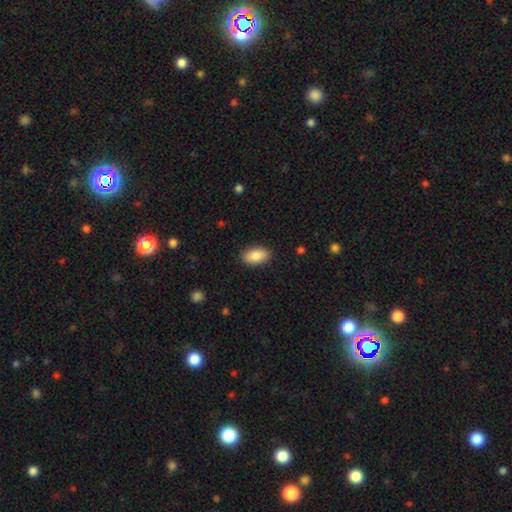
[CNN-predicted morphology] smooth_or_featured: smooth (p=0.87) [alt: star or artifact p=0.07]
how_rounded: in between (p=0.93) [alt: round p=0.05]
merging: none (p=0.89) [alt: minor disturbance p=0.08]